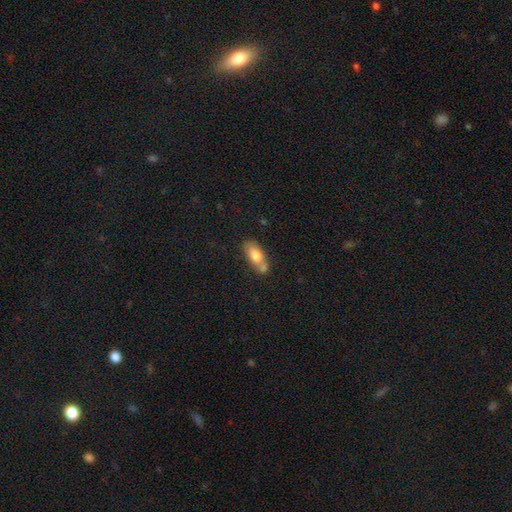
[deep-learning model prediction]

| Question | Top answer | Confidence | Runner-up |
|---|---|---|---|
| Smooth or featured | smooth | 73% | featured or disk (19%) |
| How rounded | in between | 83% | cigar-shaped (12%) |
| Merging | none | 50% | merger (28%) |